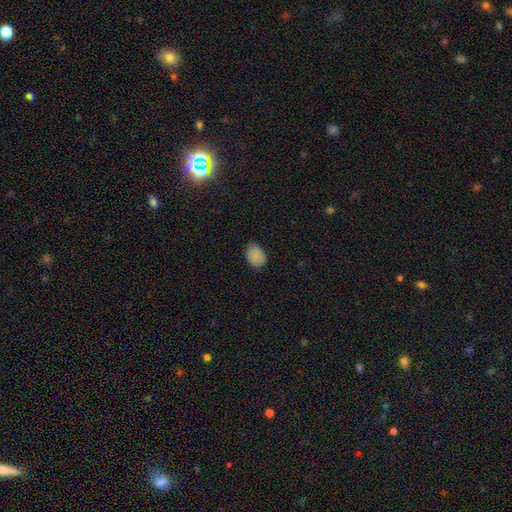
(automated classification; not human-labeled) smooth_or_featured: smooth (p=0.86) [alt: star or artifact p=0.10]
how_rounded: in between (p=0.77) [alt: round p=0.22]
merging: none (p=0.70) [alt: minor disturbance p=0.25]